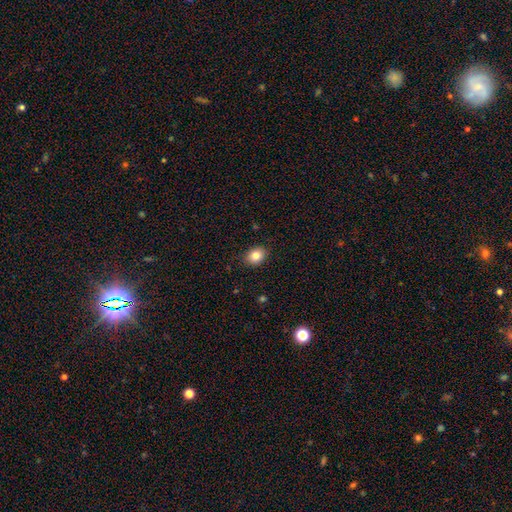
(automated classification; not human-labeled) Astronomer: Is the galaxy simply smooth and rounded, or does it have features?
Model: smooth — 83%.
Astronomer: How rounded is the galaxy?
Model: in between — 58% (runner-up: round, 41%).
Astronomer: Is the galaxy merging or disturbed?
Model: none — 87%.